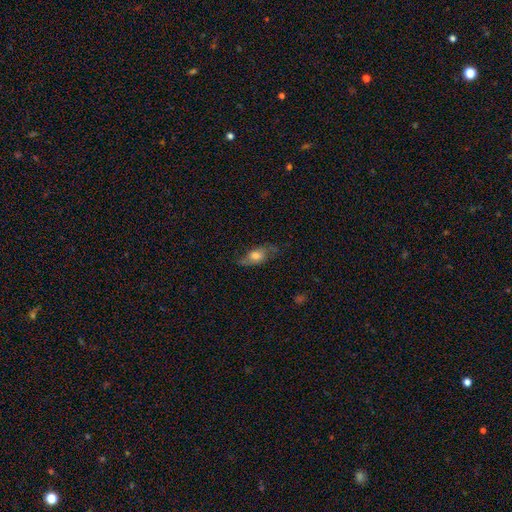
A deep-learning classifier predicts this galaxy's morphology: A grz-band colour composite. It shows a smooth galaxy with no disk features (52%) that is in between round and cigar-shaped (77%). Merging: none (62%).